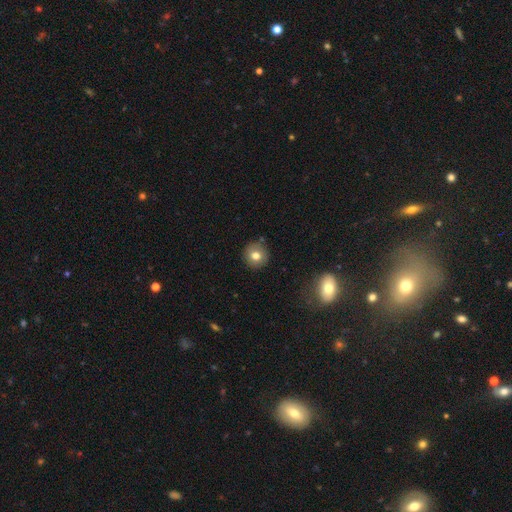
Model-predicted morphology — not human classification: Overall: smooth (77%). How rounded: round (92%). Merging: none (87%).